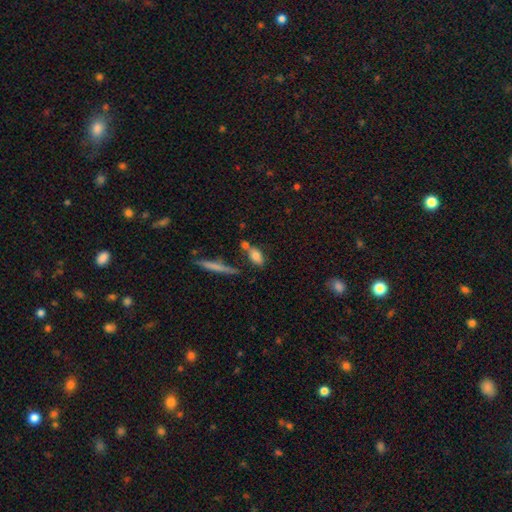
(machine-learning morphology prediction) smooth-or-featured: smooth: 75% | featured or disk: 17% | star or artifact: 8%
  how-rounded: in between: 77% | cigar-shaped: 16% | round: 6%
  merging: none: 57% | merger: 20% | minor disturbance: 17% | major disturbance: 6%